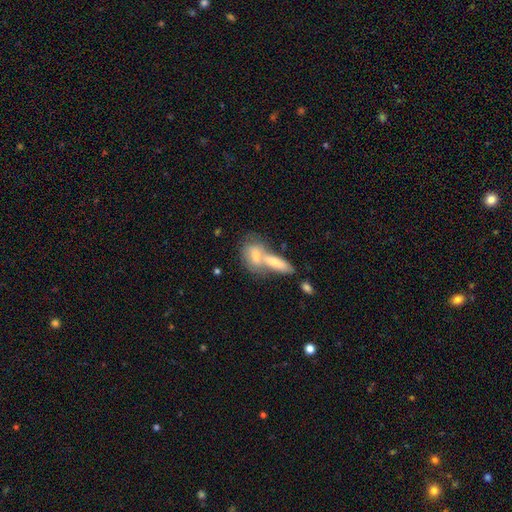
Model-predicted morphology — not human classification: This appears to be a smooth galaxy with no disk features (68%) that is in between round and cigar-shaped (69%). Merging: merger (64%).